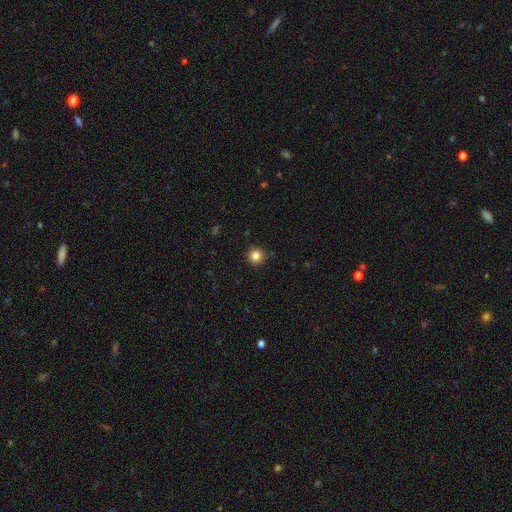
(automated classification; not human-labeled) The model was most divided on "smooth or featured": smooth: 84%, star or artifact: 11%, featured or disk: 5%. More confident: how rounded — round (94%); merging — none (89%).